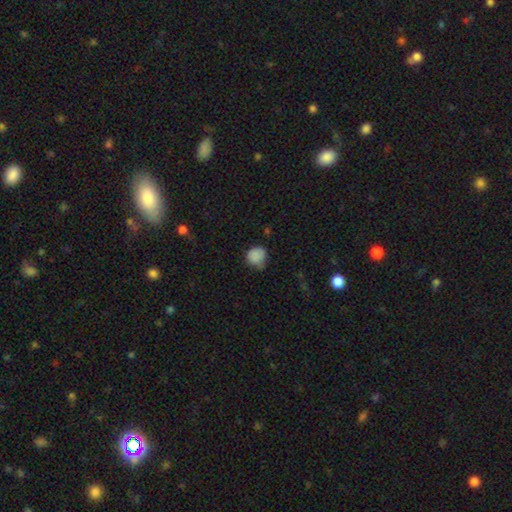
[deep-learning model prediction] smooth 84%, star or artifact 11%, featured or disk 5%. Down the decision tree: how rounded — round (77%); merging — none (54%).